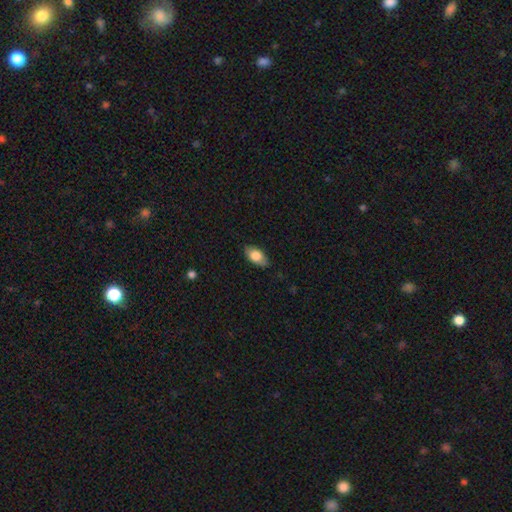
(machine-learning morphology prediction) Smooth or featured?
  - smooth: 80% *
  - featured or disk: 14%
  - star or artifact: 7%
How rounded?
  - in between: 91% *
  - round: 4%
  - cigar-shaped: 4%
Merging?
  - none: 83% *
  - minor disturbance: 13%
  - major disturbance: 3%
  - merger: 1%